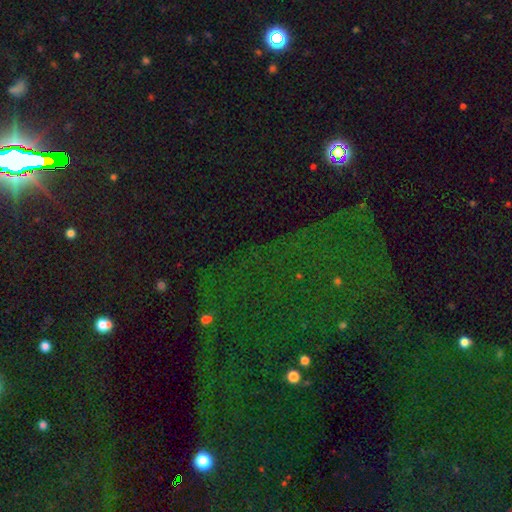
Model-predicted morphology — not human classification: smooth_or_featured: star or artifact (p=0.81) [alt: smooth p=0.10]